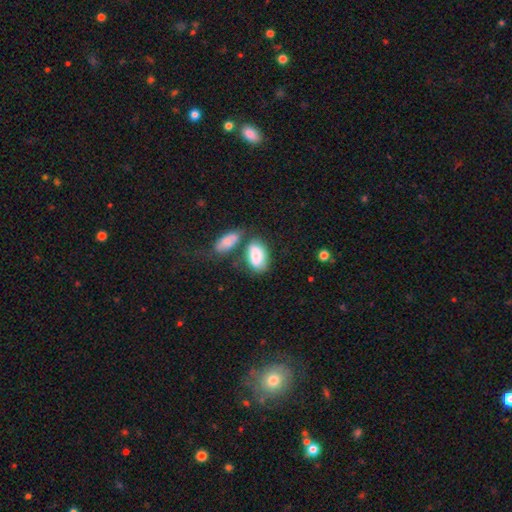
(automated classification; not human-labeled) This appears to be a smooth galaxy with no disk features (79%) that is in between round and cigar-shaped (92%). Merging: none (45%).